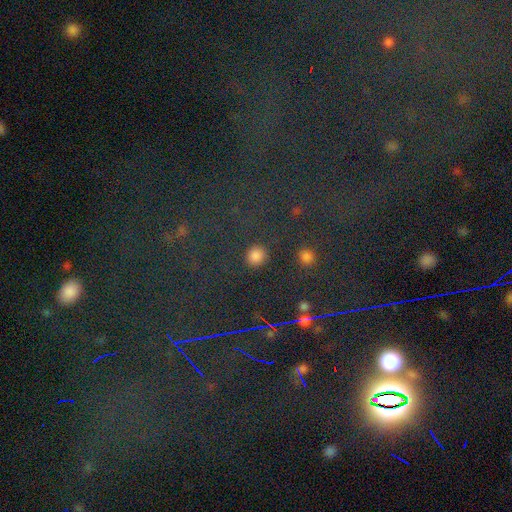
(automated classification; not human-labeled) Overall: smooth (78%). How rounded: round (88%). Merging: none (87%).